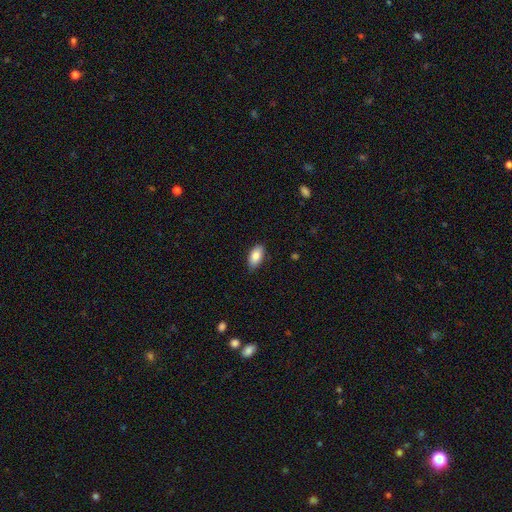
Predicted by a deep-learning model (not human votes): Q: Smooth or featured?
A: smooth (85%); runner-up: featured or disk (9%)
Q: How rounded?
A: in between (93%); runner-up: round (4%)
Q: Merging?
A: none (81%); runner-up: minor disturbance (16%)